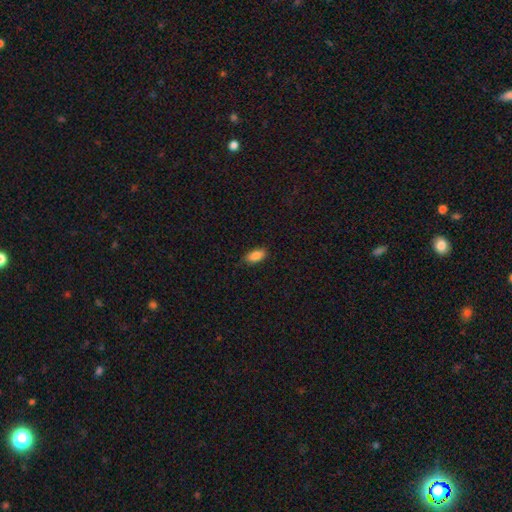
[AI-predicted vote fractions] A smooth galaxy with no disk features (87%) that is in between round and cigar-shaped (90%).

Vote fractions:
- Smooth or featured? smooth: 87% / star or artifact: 8% / featured or disk: 5%
- How rounded? in between: 90% / cigar-shaped: 7% / round: 3%
- Merging? none: 84% / minor disturbance: 12% / major disturbance: 2% / merger: 1%